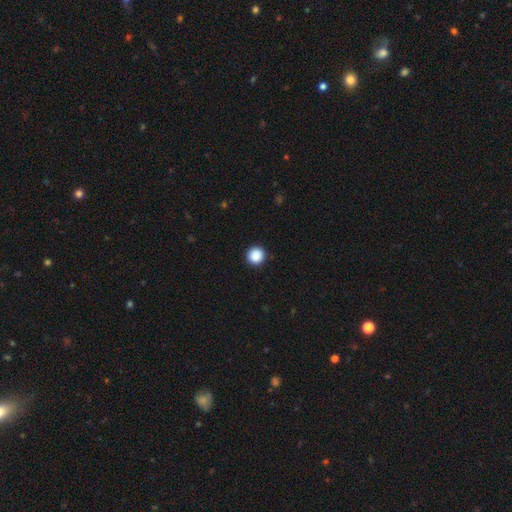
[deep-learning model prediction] Morphology: type=smooth (88%); roundness=round (96%); merging=none (93%).